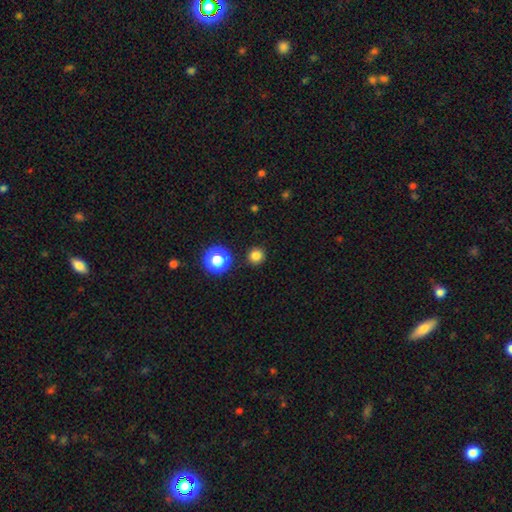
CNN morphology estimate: The model was most divided on "smooth or featured": smooth: 80%, star or artifact: 15%, featured or disk: 4%. More confident: how rounded — round (94%); merging — none (91%).